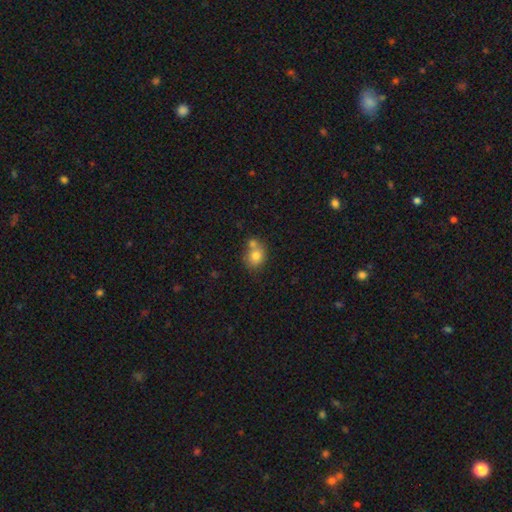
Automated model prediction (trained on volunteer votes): Morphology: type=smooth (78%); roundness=round (66%); merging=none (45%).